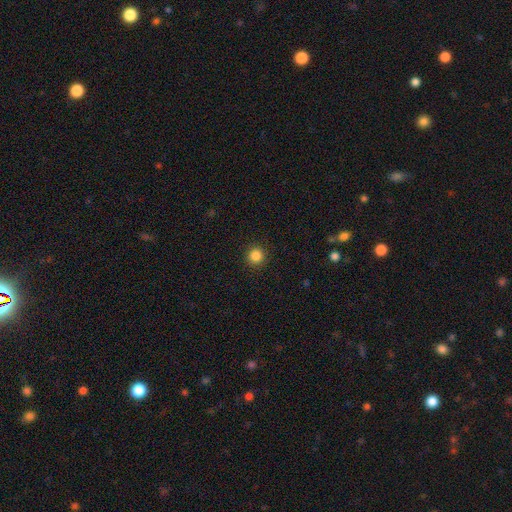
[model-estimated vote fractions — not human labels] A smooth galaxy with no disk features (86%) that is round (94%). Merging: none (92%).